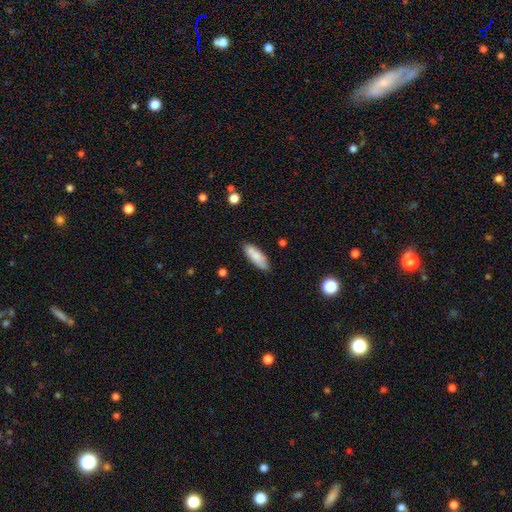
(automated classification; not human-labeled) A smooth galaxy with no disk features (81%) that is in between round and cigar-shaped (65%).

Vote fractions:
- Smooth or featured? smooth: 81% / featured or disk: 13% / star or artifact: 6%
- How rounded? in between: 65% / cigar-shaped: 33% / round: 2%
- Merging? none: 82% / minor disturbance: 14% / major disturbance: 2% / merger: 2%